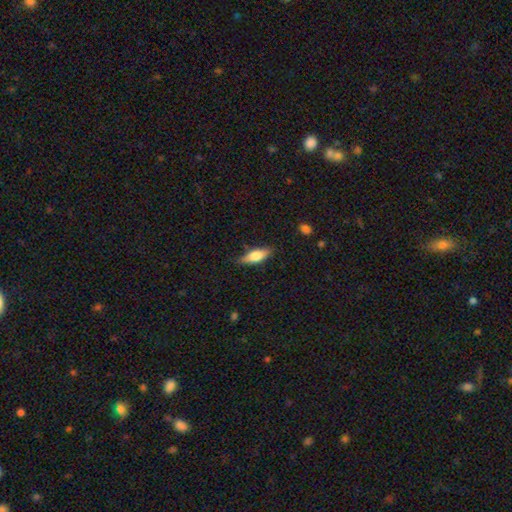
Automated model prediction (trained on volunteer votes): Smooth or featured?
  - smooth: 65% *
  - featured or disk: 29%
  - star or artifact: 6%
How rounded?
  - in between: 60% *
  - cigar-shaped: 37%
  - round: 3%
Merging?
  - none: 82% *
  - minor disturbance: 14%
  - major disturbance: 3%
  - merger: 1%